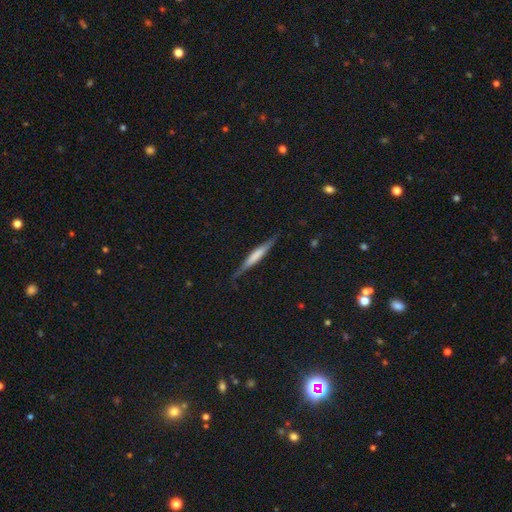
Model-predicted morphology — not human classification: Q: Smooth or featured?
A: featured or disk (48%); runner-up: smooth (46%)
Q: Merging?
A: none (83%); runner-up: minor disturbance (13%)